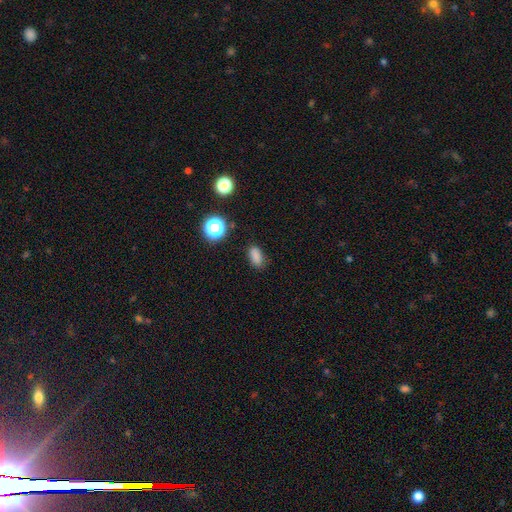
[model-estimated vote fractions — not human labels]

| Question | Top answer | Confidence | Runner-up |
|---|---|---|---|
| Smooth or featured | smooth | 81% | star or artifact (14%) |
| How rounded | in between | 83% | round (11%) |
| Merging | none | 82% | minor disturbance (13%) |